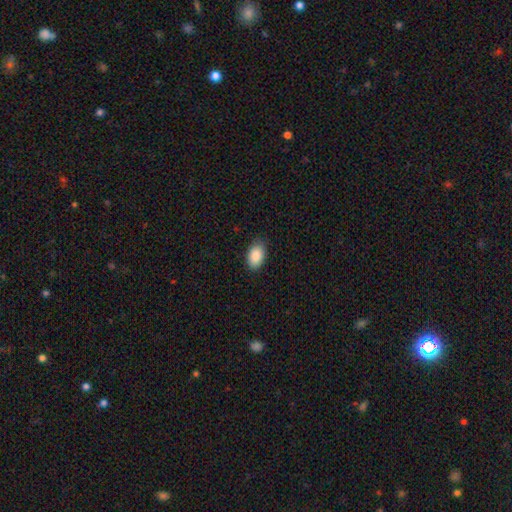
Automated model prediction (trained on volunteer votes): A smooth galaxy with no disk features (89%) that is in between round and cigar-shaped (91%). Merging: none (84%).